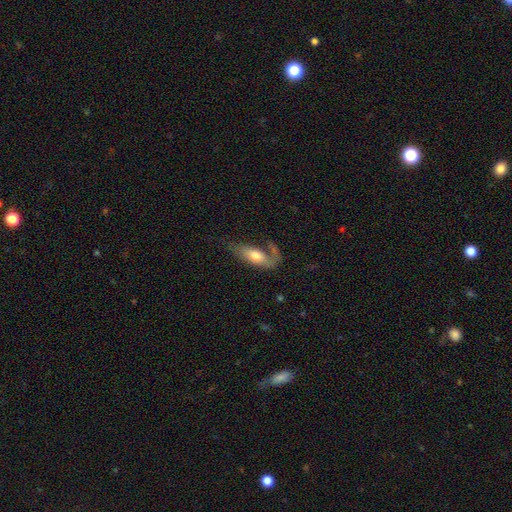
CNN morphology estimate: type=smooth (58%); roundness=in between (74%); merging=none (37%).